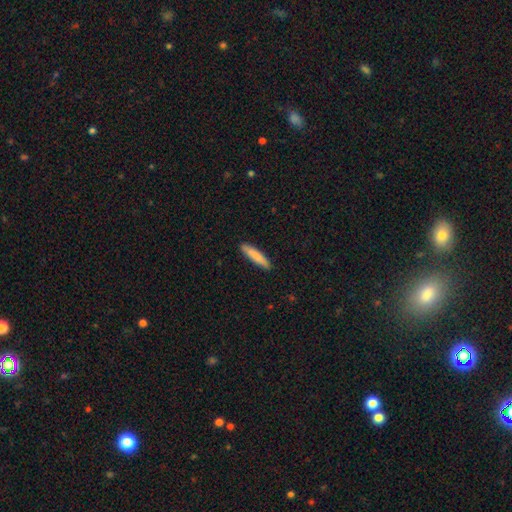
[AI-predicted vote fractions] Overall: smooth (84%). How rounded: cigar-shaped (88%). Merging: none (90%).